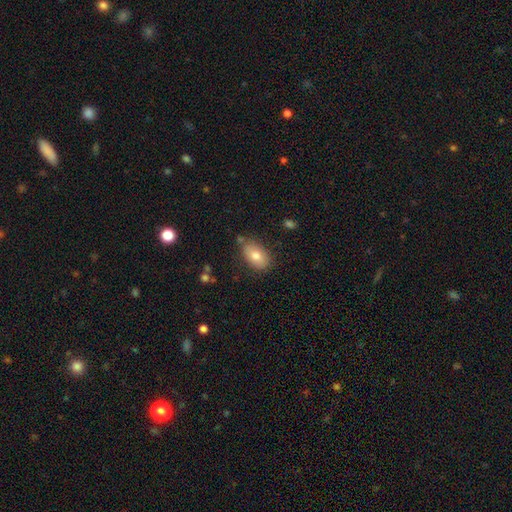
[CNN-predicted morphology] Overall: smooth (77%). How rounded: in between (90%). Merging: none (77%).